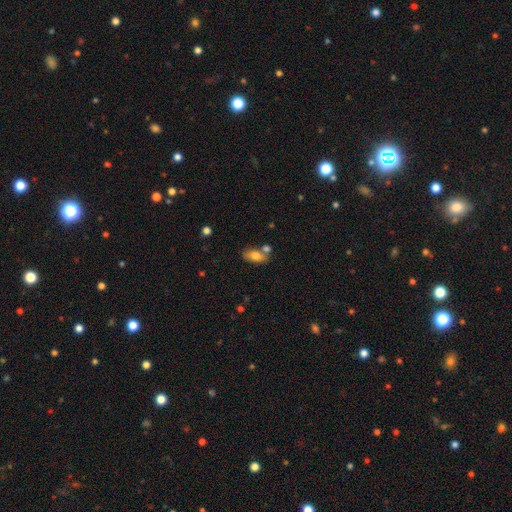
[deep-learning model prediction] Morphology: type=smooth (73%); roundness=in between (85%); merging=none (57%).